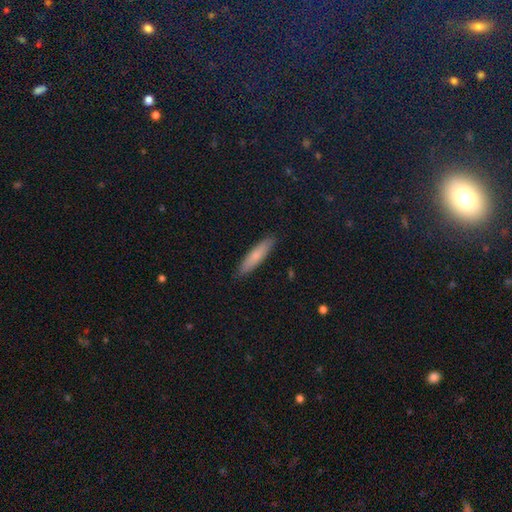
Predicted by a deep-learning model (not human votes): Smooth or featured? smooth (76%)
How rounded? cigar-shaped (82%)
Merging? none (90%)